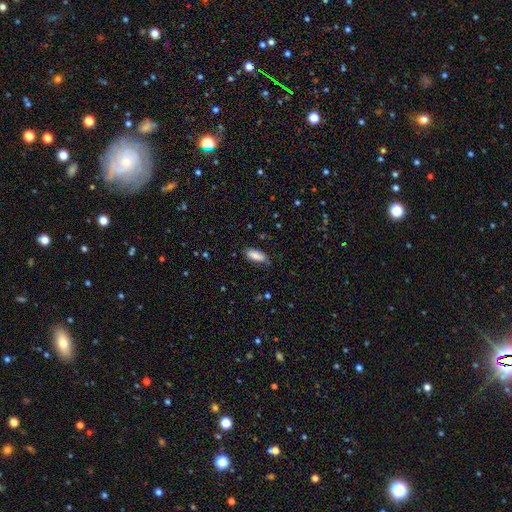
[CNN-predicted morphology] A smooth galaxy with no disk features (84%) that is in between round and cigar-shaped (83%). Merging: none (74%).